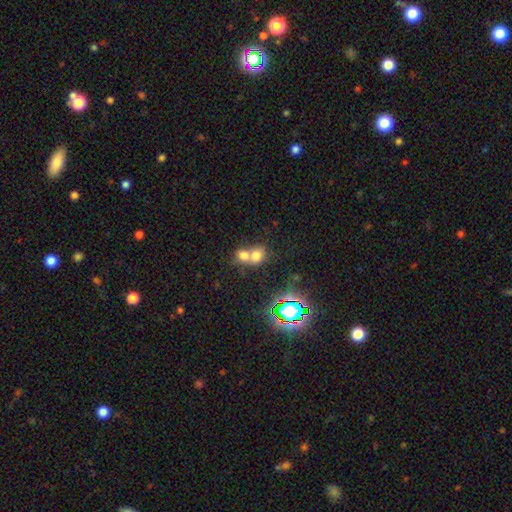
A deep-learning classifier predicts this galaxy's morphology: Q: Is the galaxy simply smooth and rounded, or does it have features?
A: smooth — 70%.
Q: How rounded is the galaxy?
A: round — 64%.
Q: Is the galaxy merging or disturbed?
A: merger — 67%.